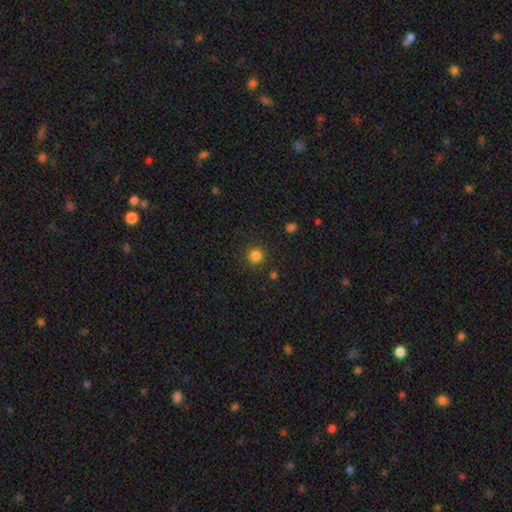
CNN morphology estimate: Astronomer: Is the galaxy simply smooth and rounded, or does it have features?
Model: smooth — 83%.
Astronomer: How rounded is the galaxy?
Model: round — 94%.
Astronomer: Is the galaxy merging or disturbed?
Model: none — 89%.